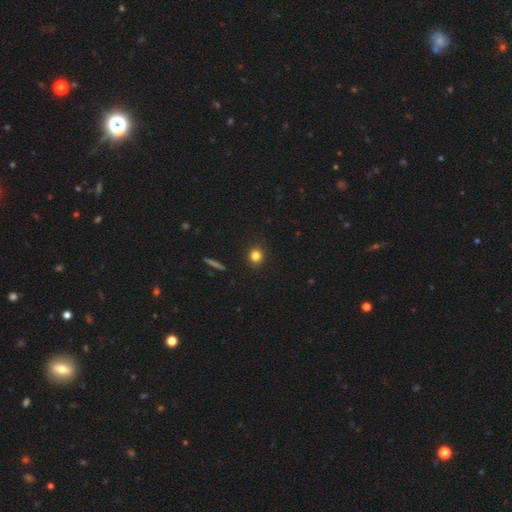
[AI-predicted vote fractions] This appears to be a smooth galaxy with no disk features (82%) that is round (84%). Merging: none (90%).